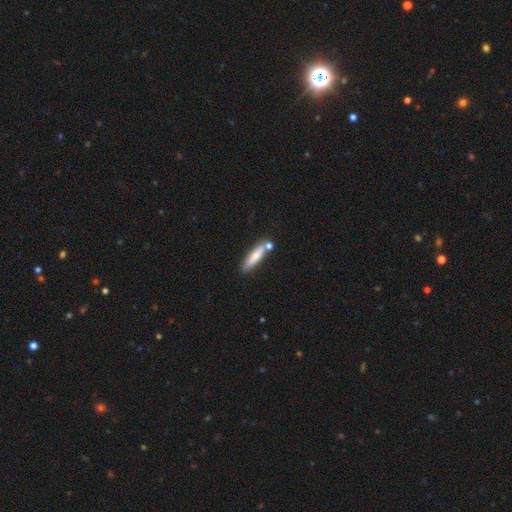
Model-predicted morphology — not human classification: type=smooth (65%); roundness=cigar-shaped (80%); merging=none (68%).